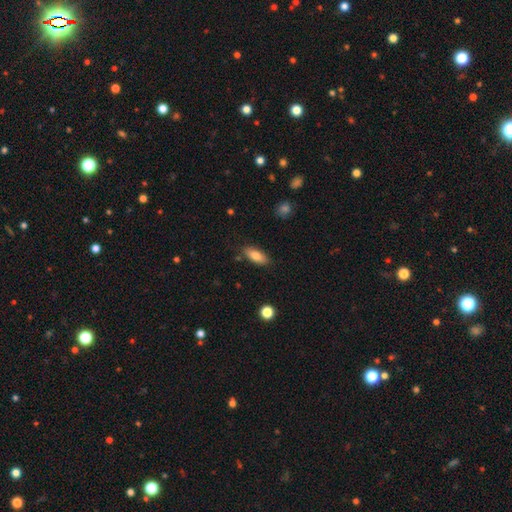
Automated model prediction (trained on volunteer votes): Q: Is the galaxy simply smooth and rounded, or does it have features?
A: smooth — 81%.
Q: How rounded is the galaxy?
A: in between — 80%.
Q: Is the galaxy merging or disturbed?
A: none — 84%.